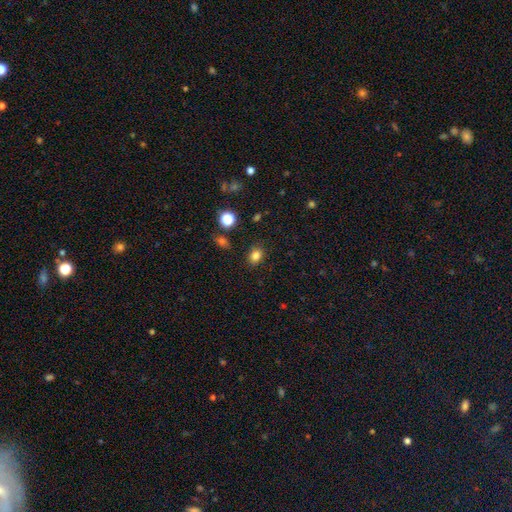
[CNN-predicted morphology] Overall: smooth (82%). How rounded: in between (58%; round 41%). Merging: none (85%).